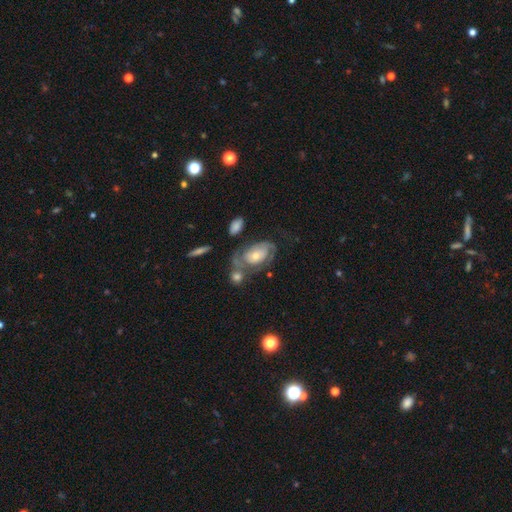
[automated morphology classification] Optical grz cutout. It shows a featured or disk galaxy (73%) with no bar (75%), 2 (46%) tight (60%) spiral arms (84%) and a moderate central bulge (46%). Merging: none (46%).